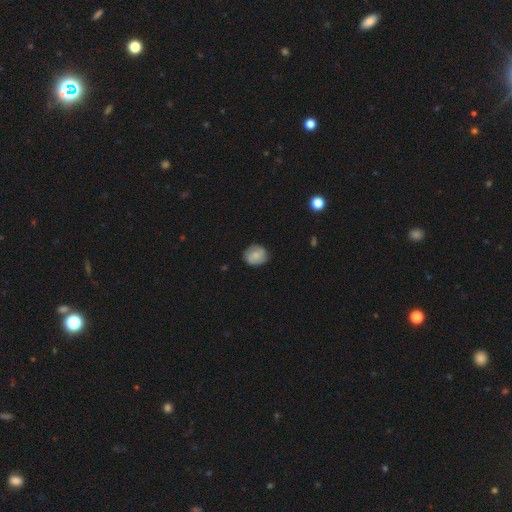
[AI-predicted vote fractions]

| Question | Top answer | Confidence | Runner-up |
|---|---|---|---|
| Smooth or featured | smooth | 64% | featured or disk (28%) |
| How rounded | round | 75% | in between (24%) |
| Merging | none | 79% | minor disturbance (16%) |